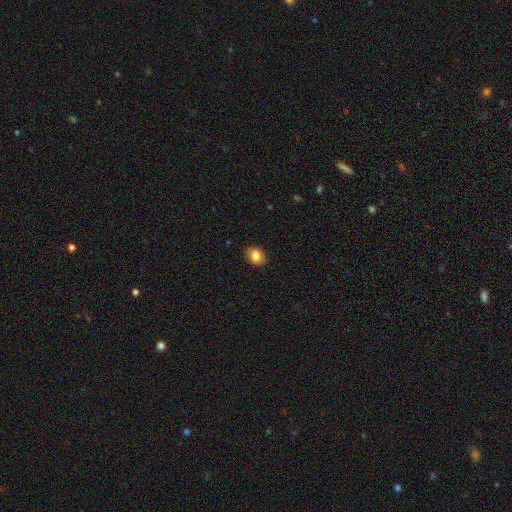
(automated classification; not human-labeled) Q: Smooth or featured?
A: smooth (84%); runner-up: star or artifact (9%)
Q: How rounded?
A: in between (68%); runner-up: round (31%)
Q: Merging?
A: none (88%); runner-up: minor disturbance (9%)